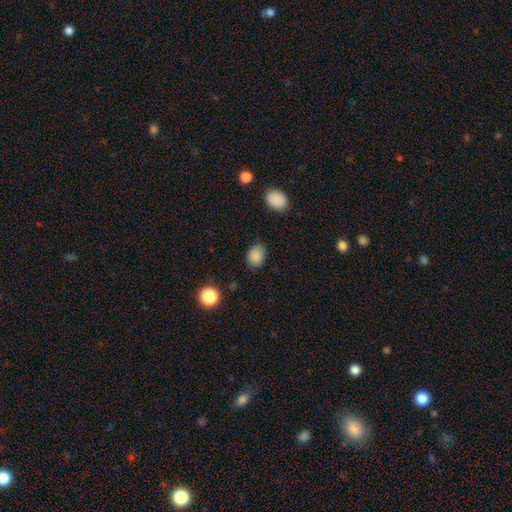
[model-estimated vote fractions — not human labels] A smooth galaxy with no disk features (87%) that is in between round and cigar-shaped (65%). Merging: none (76%).